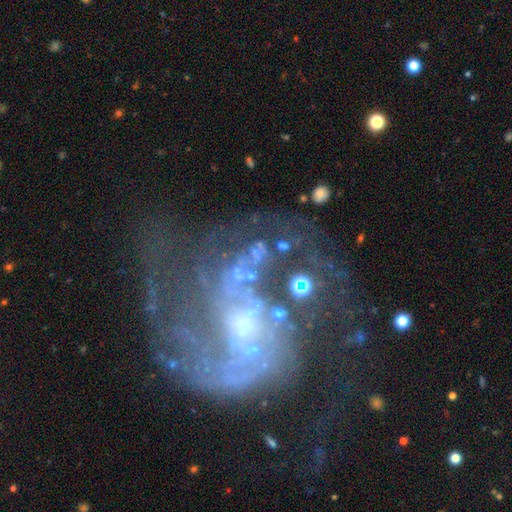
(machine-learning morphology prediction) This appears to be a featured or disk galaxy (43%). Merging: none (42%).